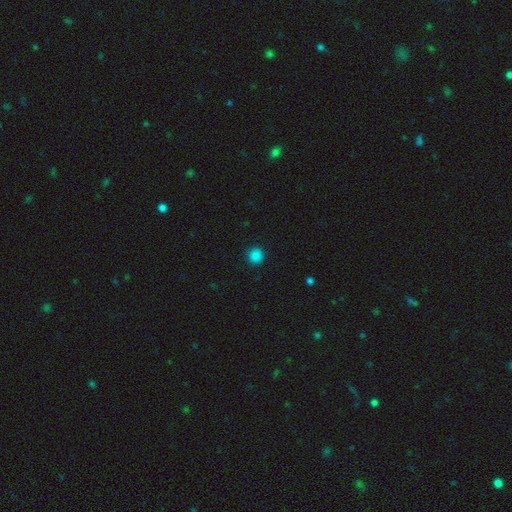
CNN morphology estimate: Smooth or featured? smooth (86%)
How rounded? round (94%)
Merging? none (92%)